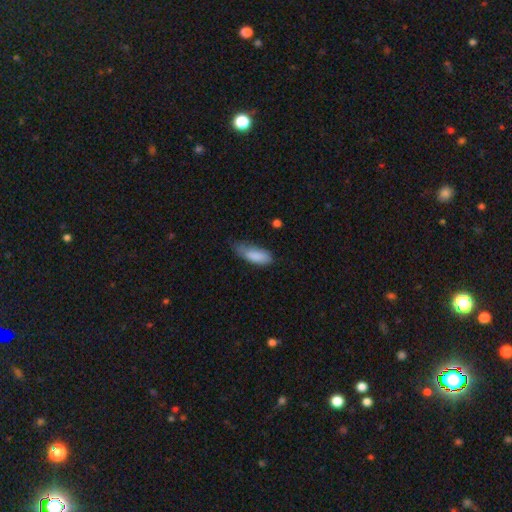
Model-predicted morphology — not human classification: Smooth or featured: smooth — 85% (featured or disk — 9%)
How rounded: in between — 75% (cigar-shaped — 23%)
Merging: none — 43% (minor disturbance — 41%)